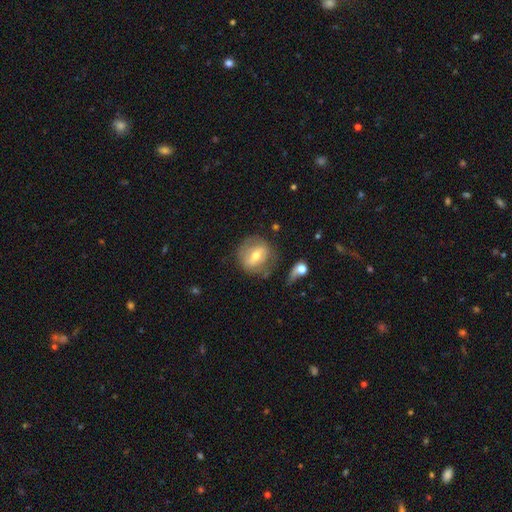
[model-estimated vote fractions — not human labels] Overall: featured or disk (52%; smooth 41%). Edge-on disk: no (94%). Merging: none (63%).